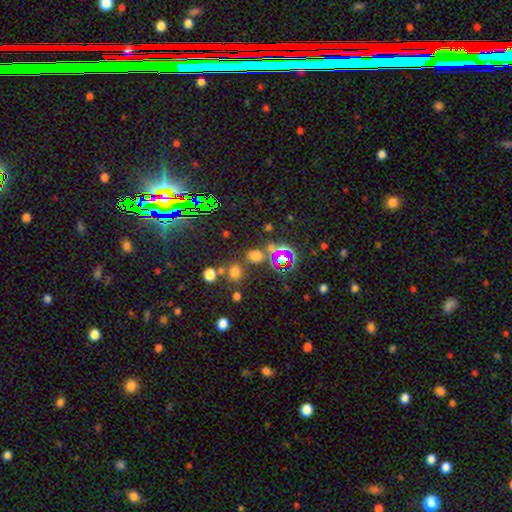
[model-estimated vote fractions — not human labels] Overall: smooth (55%; star or artifact 38%). How rounded: round (58%; in between 41%). Merging: none (67%).